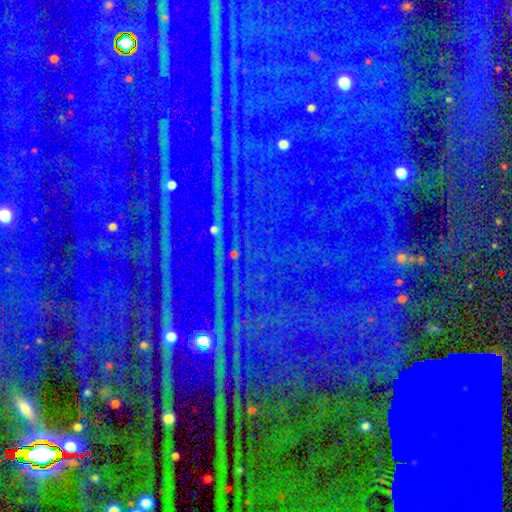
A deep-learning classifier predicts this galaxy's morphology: This appears to be a star or artifact, not a galaxy (85%).